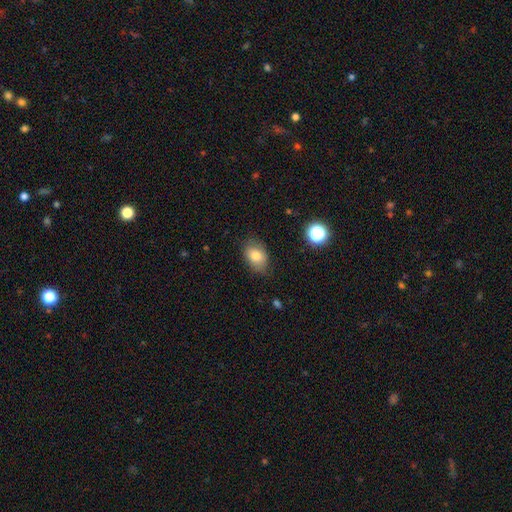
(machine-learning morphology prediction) A smooth galaxy with no disk features (79%) that is in between round and cigar-shaped (81%). Merging: none (77%).